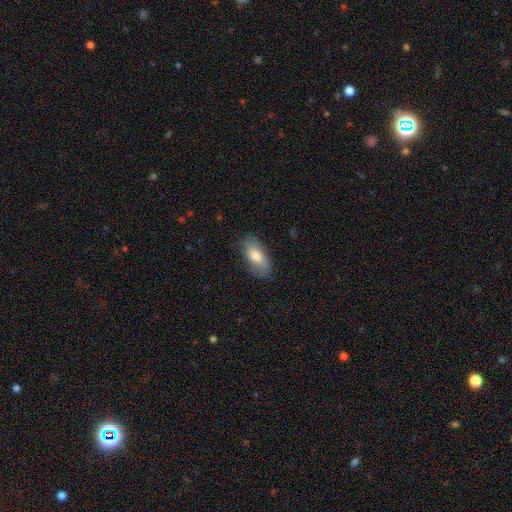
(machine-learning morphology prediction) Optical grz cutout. It shows a smooth galaxy with no disk features (74%) that is in between round and cigar-shaped (87%). Merging: none (83%).